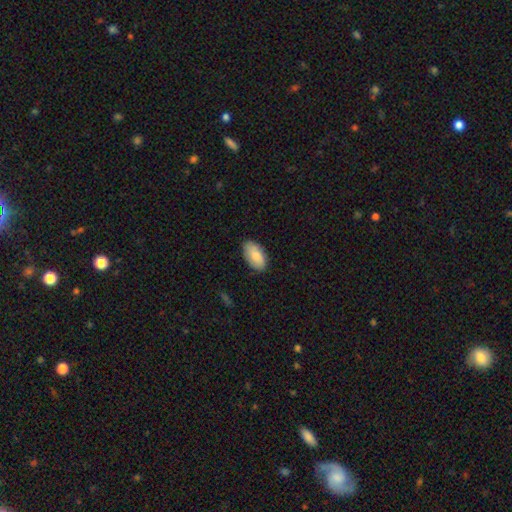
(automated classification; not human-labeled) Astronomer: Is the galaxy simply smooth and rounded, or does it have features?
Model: smooth — 80%.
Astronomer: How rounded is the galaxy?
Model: in between — 94%.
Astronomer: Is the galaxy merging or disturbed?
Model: none — 82%.